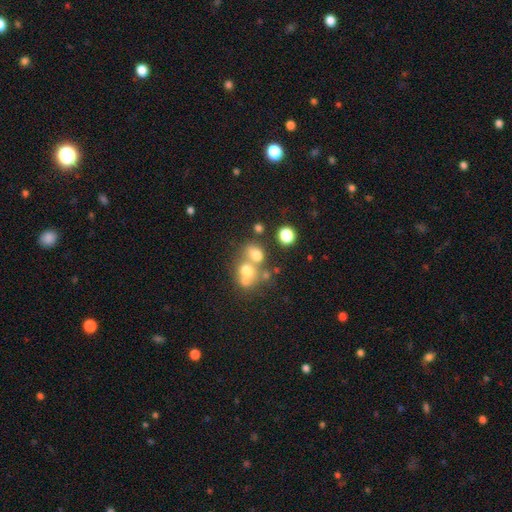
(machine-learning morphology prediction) smooth-or-featured: smooth: 61% | featured or disk: 22% | star or artifact: 17%
  how-rounded: round: 64% | in between: 35% | cigar-shaped: 1%
  merging: merger: 53% | none: 35% | minor disturbance: 8% | major disturbance: 5%